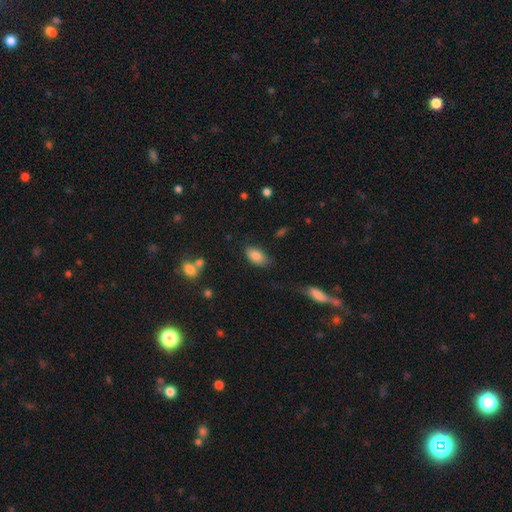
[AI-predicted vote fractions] Overall: smooth (84%). How rounded: in between (93%). Merging: none (76%).